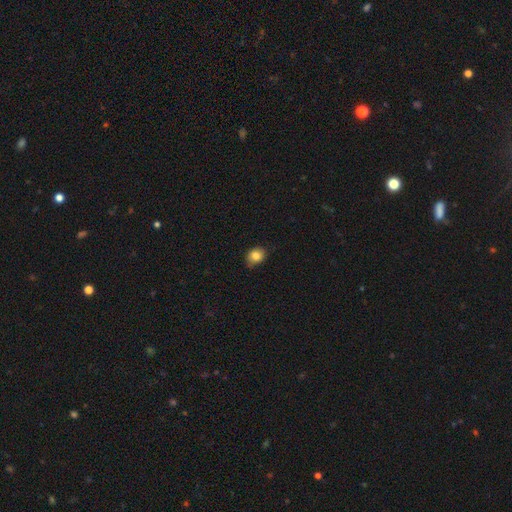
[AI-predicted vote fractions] The model was most divided on "how rounded": round: 55%, in between: 44%, cigar-shaped: 1%. More confident: smooth or featured — smooth (83%); merging — none (67%).